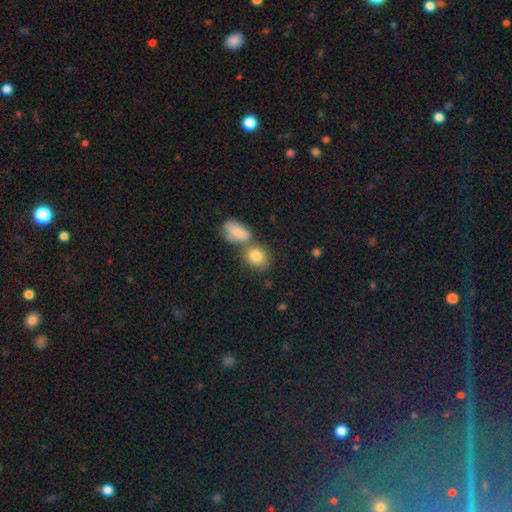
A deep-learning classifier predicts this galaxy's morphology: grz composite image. It shows a smooth galaxy with no disk features (83%) that is round (55%). Merging: none (47%).